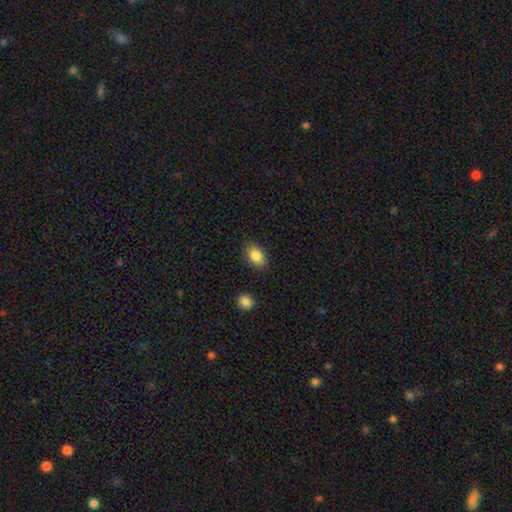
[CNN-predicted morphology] smooth_or_featured: smooth (p=0.86) [alt: star or artifact p=0.08]
how_rounded: in between (p=0.88) [alt: round p=0.10]
merging: none (p=0.85) [alt: minor disturbance p=0.11]